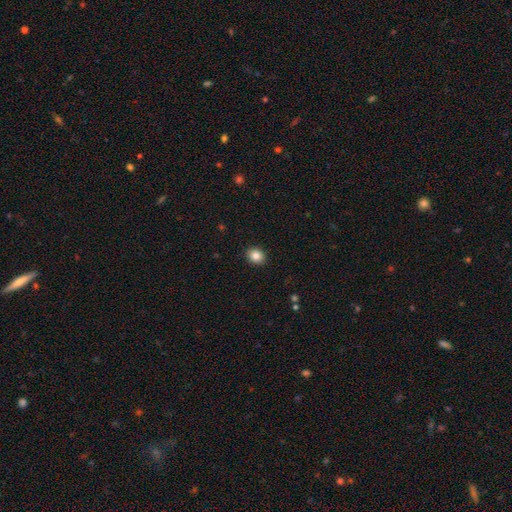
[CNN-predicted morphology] smooth-or-featured: smooth: 85% | star or artifact: 10% | featured or disk: 5%
  how-rounded: round: 65% | in between: 34% | cigar-shaped: 1%
  merging: none: 91% | minor disturbance: 6% | major disturbance: 2% | merger: 1%